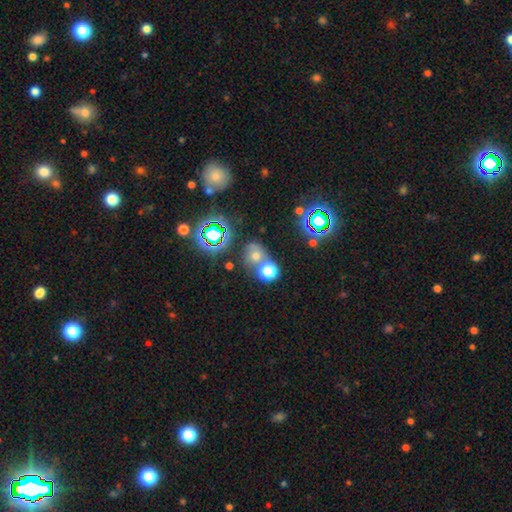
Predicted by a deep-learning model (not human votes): A smooth galaxy with no disk features (47%).

Vote fractions:
- Smooth or featured? smooth: 47% / star or artifact: 40% / featured or disk: 13%
- Merging? none: 59% / merger: 24% / minor disturbance: 11% / major disturbance: 6%